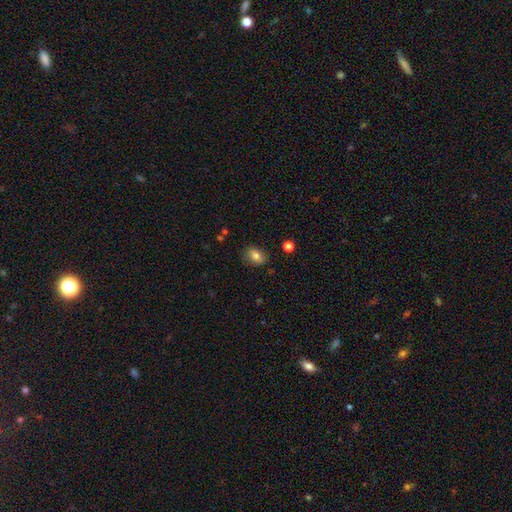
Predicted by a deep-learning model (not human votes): The model was most divided on "how rounded": in between: 65%, round: 34%, cigar-shaped: 1%. More confident: merging — none (83%); smooth or featured — smooth (79%).